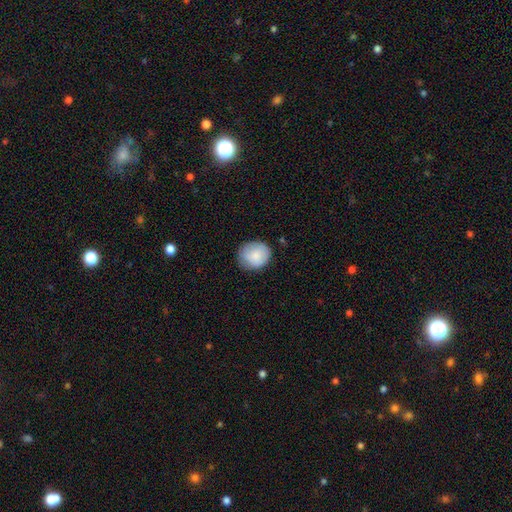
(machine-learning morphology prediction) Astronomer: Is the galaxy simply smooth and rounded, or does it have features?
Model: smooth — 82%.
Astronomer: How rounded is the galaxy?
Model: round — 71%.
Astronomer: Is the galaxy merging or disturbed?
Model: none — 74%.